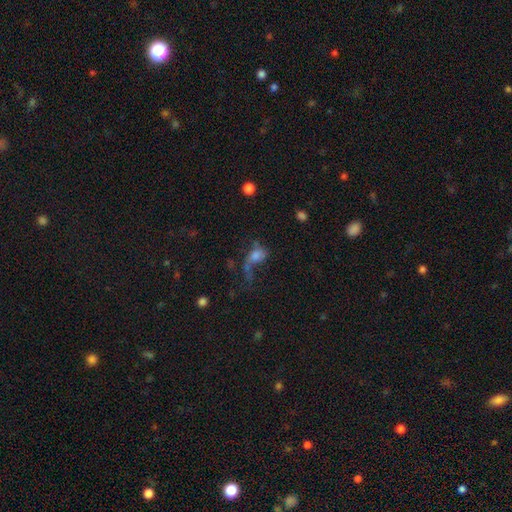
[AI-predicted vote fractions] Overall: smooth (50%; featured or disk 35%). Merging: major disturbance (52%; none 23%).